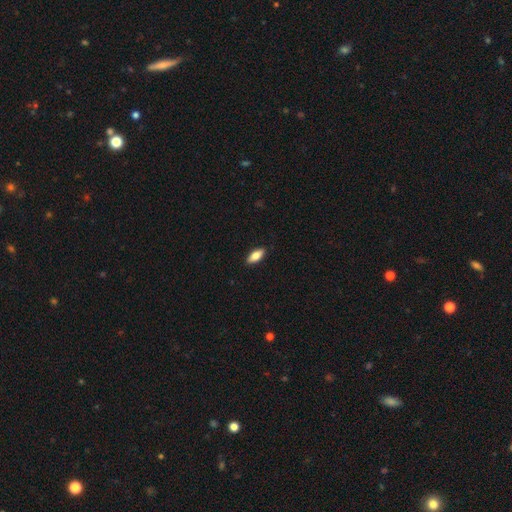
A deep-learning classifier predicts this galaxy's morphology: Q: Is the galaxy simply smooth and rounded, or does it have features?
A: smooth — 76%.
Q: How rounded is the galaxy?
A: in between — 80%.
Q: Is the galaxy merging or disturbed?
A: none — 89%.